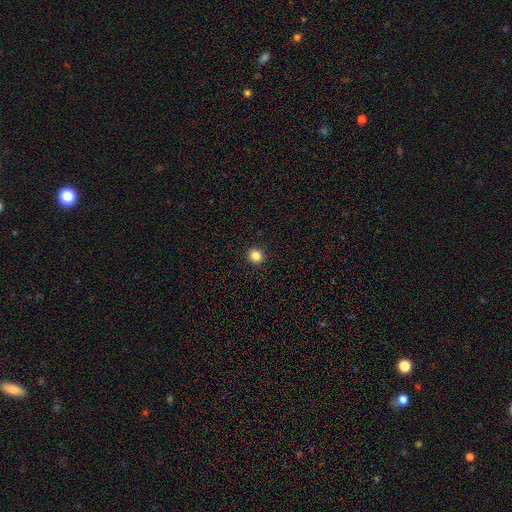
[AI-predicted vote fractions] A smooth galaxy with no disk features (85%) that is round (87%).

Vote fractions:
- Smooth or featured? smooth: 85% / star or artifact: 11% / featured or disk: 4%
- How rounded? round: 87% / in between: 12% / cigar-shaped: 1%
- Merging? none: 93% / minor disturbance: 4% / major disturbance: 1% / merger: 1%